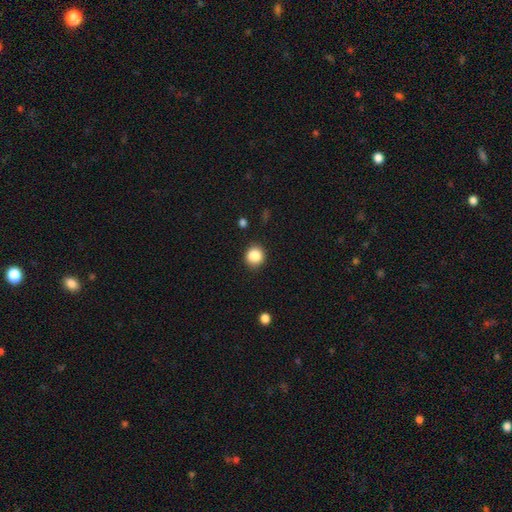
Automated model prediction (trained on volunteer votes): A smooth galaxy with no disk features (87%) that is round (86%).

Vote fractions:
- Smooth or featured? smooth: 87% / star or artifact: 10% / featured or disk: 4%
- How rounded? round: 86% / in between: 13% / cigar-shaped: 1%
- Merging? none: 87% / minor disturbance: 9% / major disturbance: 3% / merger: 2%